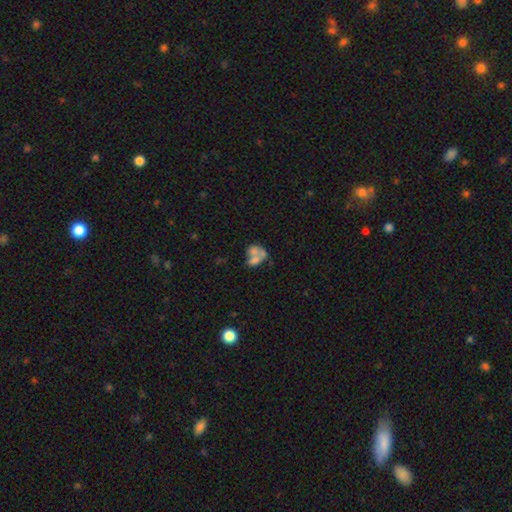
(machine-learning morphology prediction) Smooth or featured? smooth (50%)
Merging? merger (60%)